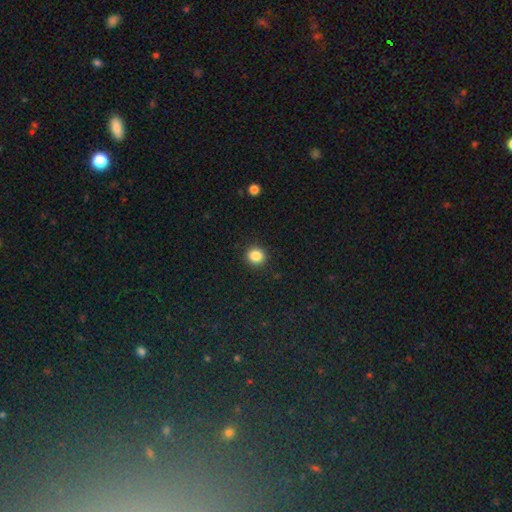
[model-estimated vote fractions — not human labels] Morphology: type=smooth (86%); roundness=round (86%); merging=none (91%).